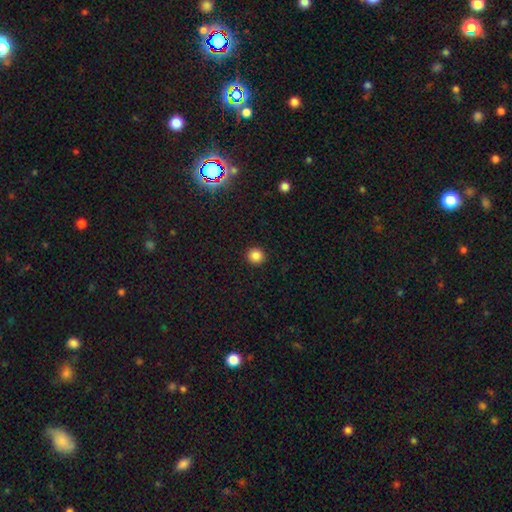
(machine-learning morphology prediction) Smooth or featured? smooth (86%)
How rounded? round (94%)
Merging? none (93%)